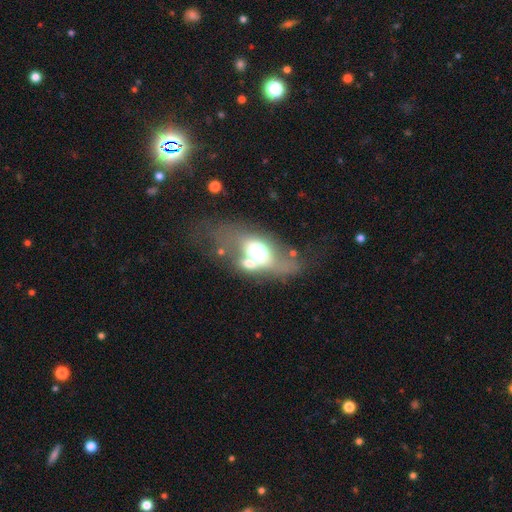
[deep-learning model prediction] smooth-or-featured: featured or disk: 40% | smooth: 38% | star or artifact: 22%
  merging: none: 45% | major disturbance: 20% | merger: 18% | minor disturbance: 17%